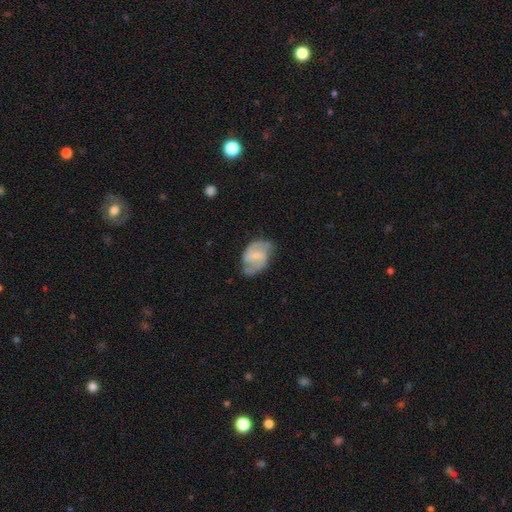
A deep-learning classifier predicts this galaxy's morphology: Smooth or featured: featured or disk — 82% (smooth — 13%)
Edge-on disk: no — 98% (yes — 2%)
Bar: weak — 53% (no — 27%)
Spiral arms: yes — 95% (no — 5%)
Spiral winding: medium — 55% (loose — 25%)
Spiral arm count: 2 — 90% (can't tell — 5%)
Bulge size: small — 52% (none — 25%)
Merging: none — 71% (minor disturbance — 20%)